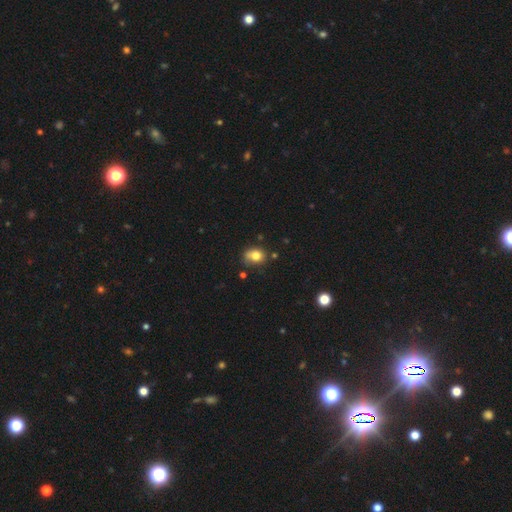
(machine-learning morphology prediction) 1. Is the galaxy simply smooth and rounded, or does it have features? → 77% smooth, 12% featured or disk, 11% star or artifact.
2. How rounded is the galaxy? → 52% round, 47% in between, 1% cigar-shaped.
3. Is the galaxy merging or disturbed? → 55% none, 28% minor disturbance, 9% major disturbance, 7% merger.